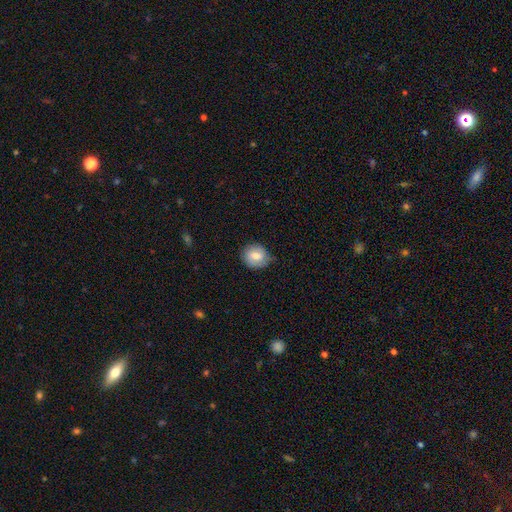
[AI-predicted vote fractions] Q: Smooth or featured?
A: smooth (69%); runner-up: featured or disk (24%)
Q: How rounded?
A: round (74%); runner-up: in between (25%)
Q: Merging?
A: none (75%); runner-up: minor disturbance (20%)